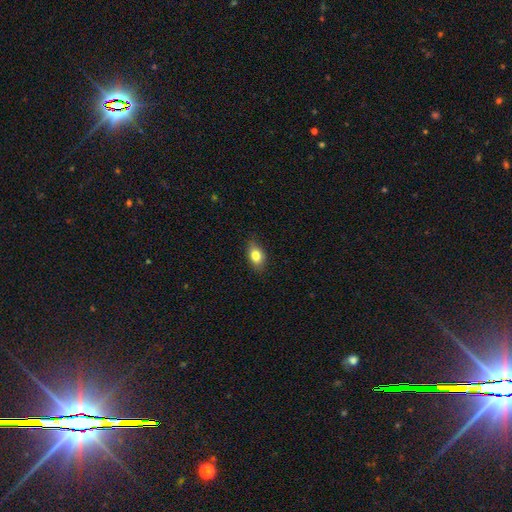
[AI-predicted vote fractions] smooth 80%, featured or disk 12%, star or artifact 8%. Down the decision tree: how rounded — in between (81%); merging — none (82%).